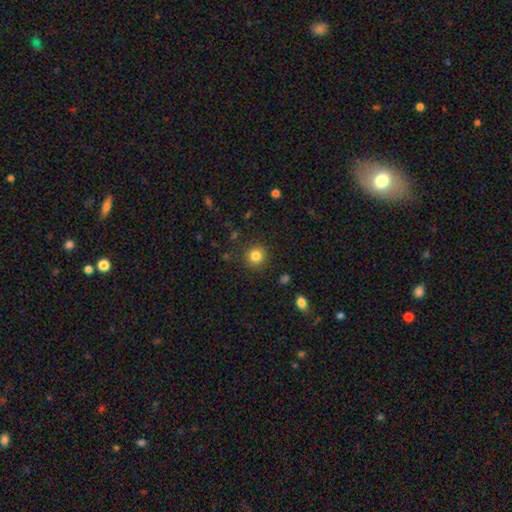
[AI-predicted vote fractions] This is clearly a smooth galaxy (83%). How rounded: clearly round (92%). Merging: clearly none (89%).